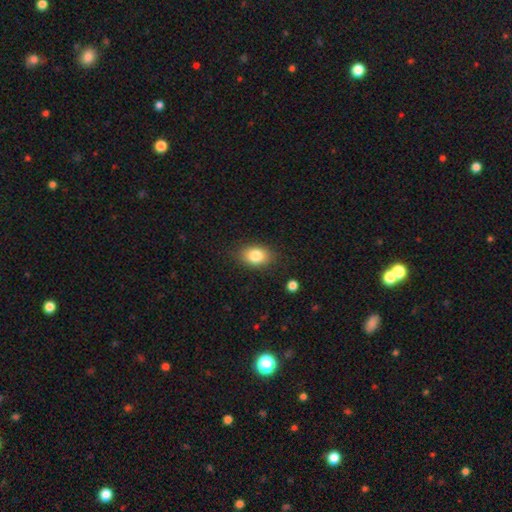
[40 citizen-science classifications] Overall: smooth (85%). How rounded: in between (79%). Merging: none (82%).